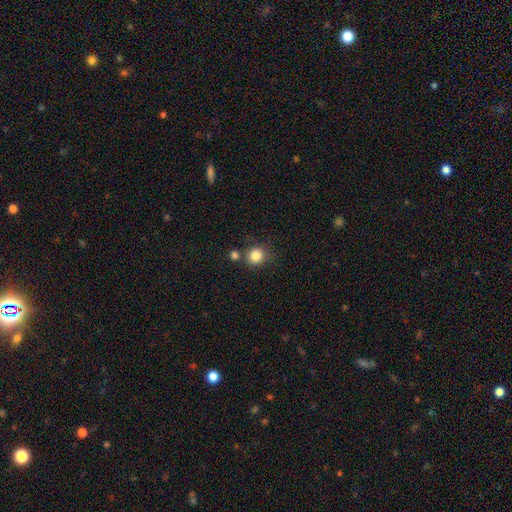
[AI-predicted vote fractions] smooth_or_featured: smooth (p=0.84) [alt: star or artifact p=0.11]
how_rounded: round (p=0.90) [alt: in between p=0.10]
merging: none (p=0.74) [alt: merger p=0.13]